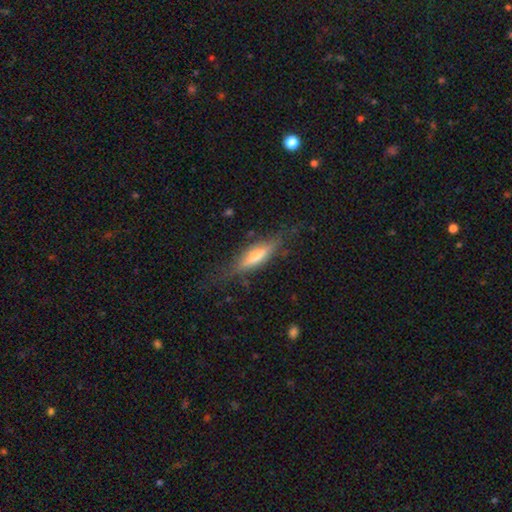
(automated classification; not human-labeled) Smooth or featured? featured or disk (57%)
Edge-on disk? yes (89%)
Edge-on bulge? rounded (73%)
Merging? none (74%)